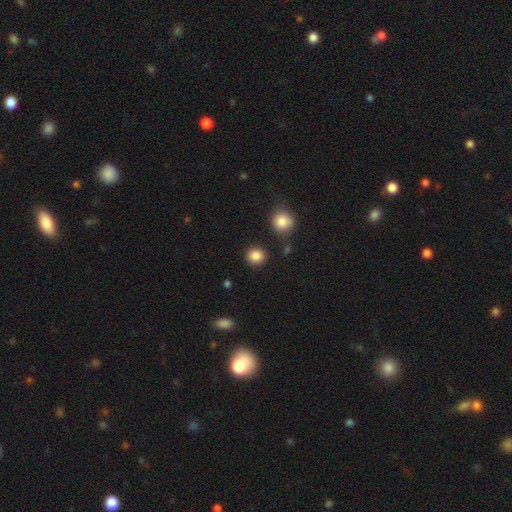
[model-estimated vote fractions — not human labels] A smooth galaxy with no disk features (86%) that is round (87%).

Vote fractions:
- Smooth or featured? smooth: 86% / star or artifact: 10% / featured or disk: 4%
- How rounded? round: 87% / in between: 12% / cigar-shaped: 1%
- Merging? none: 87% / minor disturbance: 7% / merger: 3% / major disturbance: 3%